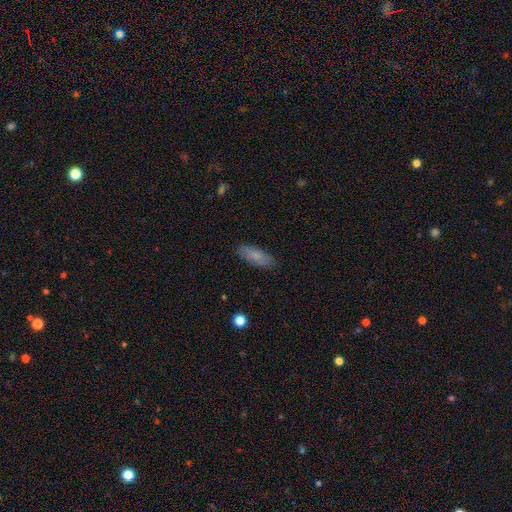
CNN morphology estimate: Smooth or featured?
  - smooth: 77% *
  - featured or disk: 16%
  - star or artifact: 7%
How rounded?
  - in between: 71% *
  - cigar-shaped: 27%
  - round: 2%
Merging?
  - none: 85% *
  - minor disturbance: 12%
  - major disturbance: 2%
  - merger: 1%